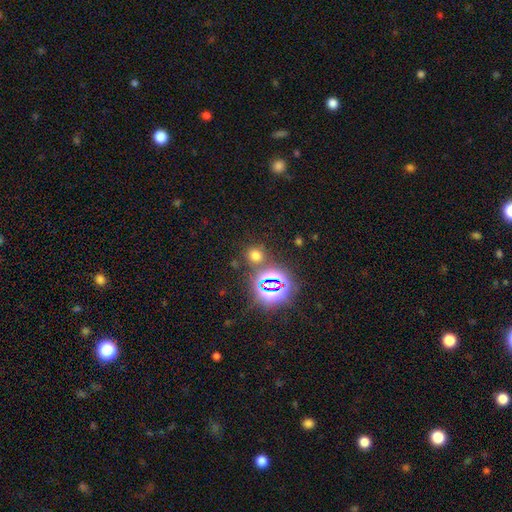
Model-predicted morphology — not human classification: This is possibly a smooth galaxy (58%). How rounded: clearly round (83%). Merging: clearly none (80%).